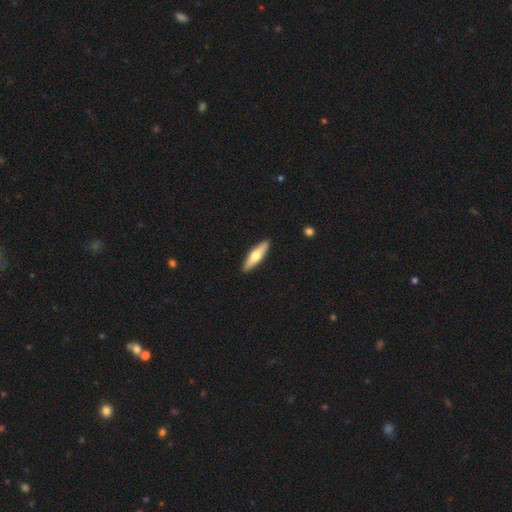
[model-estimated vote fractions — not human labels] A smooth galaxy with no disk features (54%) that is cigar-shaped (69%). Merging: none (91%).